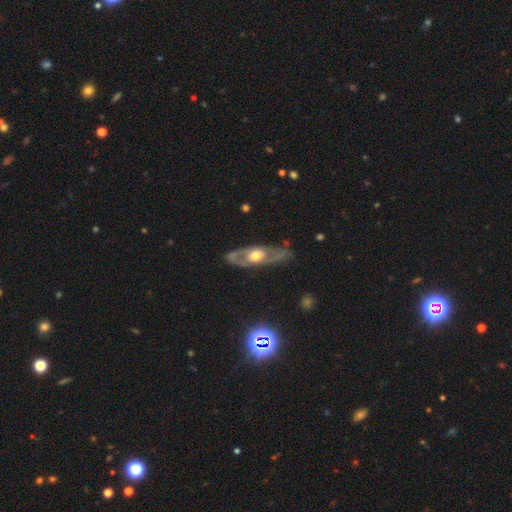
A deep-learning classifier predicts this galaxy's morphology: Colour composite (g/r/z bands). It shows a featured or disk galaxy (77%) with no bar (77%), spiral arms (56%) and a moderate central bulge (66%). Merging: none (78%).